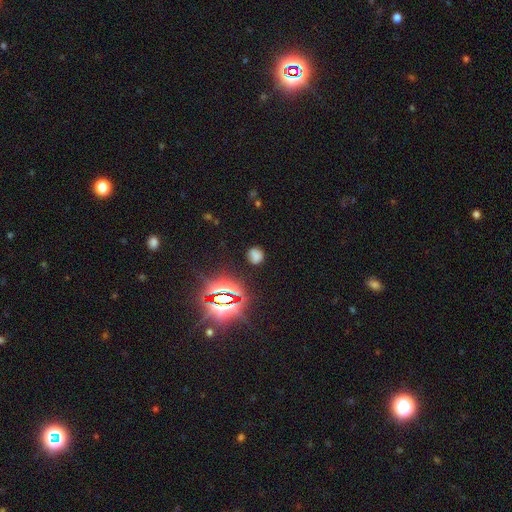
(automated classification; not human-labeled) This appears to be a smooth galaxy with no disk features (62%) that is round (65%). Merging: none (82%).